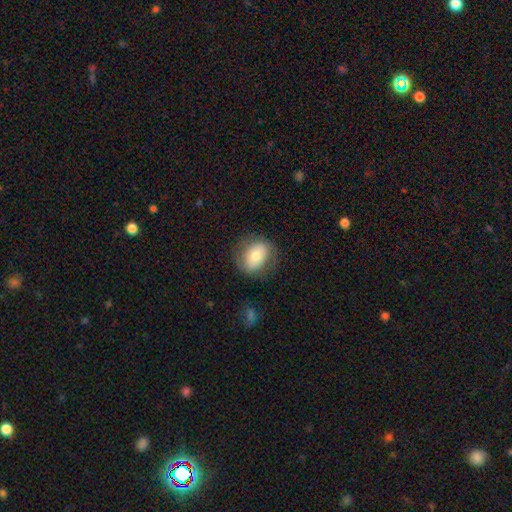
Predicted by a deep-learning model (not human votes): The model was most divided on "how rounded": in between: 61%, round: 37%, cigar-shaped: 1%. More confident: merging — none (77%); smooth or featured — smooth (72%).